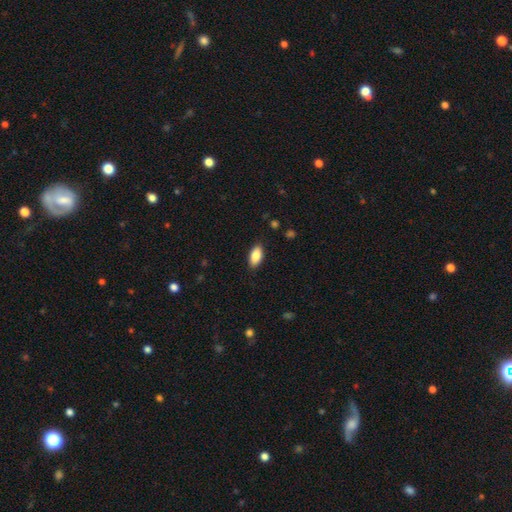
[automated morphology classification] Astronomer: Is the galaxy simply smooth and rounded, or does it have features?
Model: smooth — 87%.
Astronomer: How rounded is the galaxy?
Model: in between — 92%.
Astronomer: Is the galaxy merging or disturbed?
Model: none — 87%.